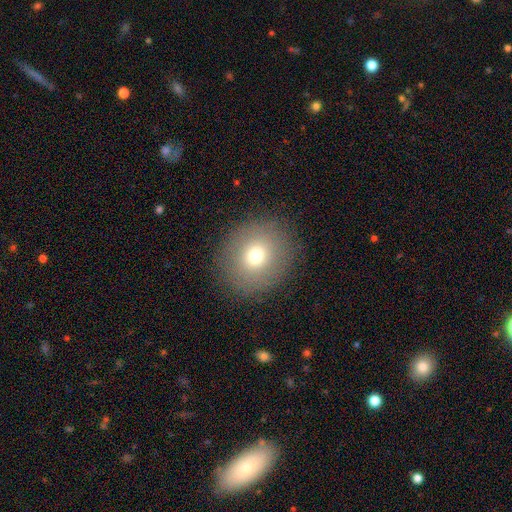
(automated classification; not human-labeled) Smooth or featured? Predicted: smooth (p=0.72). How rounded? Predicted: round (p=0.85). Merging? Predicted: none (p=0.88).